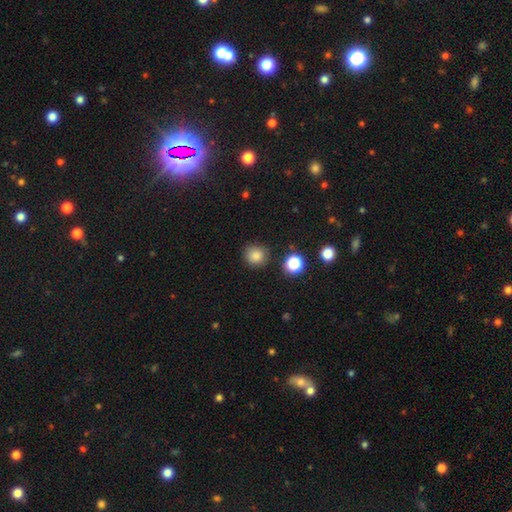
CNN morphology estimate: Smooth or featured?
  - smooth: 83% *
  - star or artifact: 12%
  - featured or disk: 4%
How rounded?
  - round: 89% *
  - in between: 10%
  - cigar-shaped: 1%
Merging?
  - none: 85% *
  - minor disturbance: 9%
  - merger: 3%
  - major disturbance: 3%